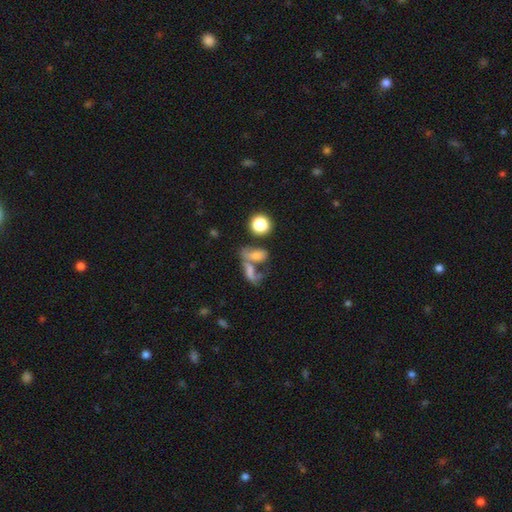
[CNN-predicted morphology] smooth-or-featured: smooth: 62% | featured or disk: 23% | star or artifact: 15%
  how-rounded: in between: 73% | round: 18% | cigar-shaped: 9%
  merging: merger: 54% | none: 24% | major disturbance: 12% | minor disturbance: 10%